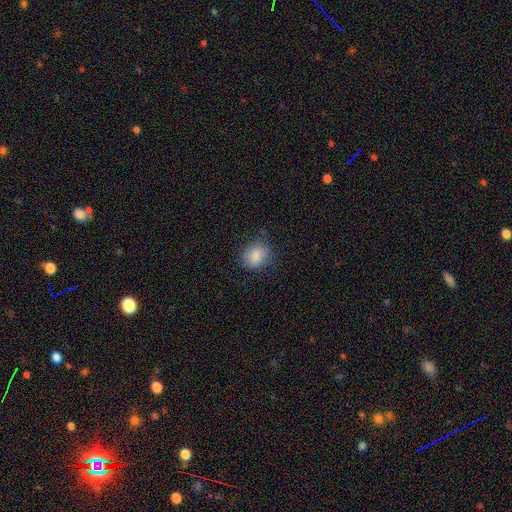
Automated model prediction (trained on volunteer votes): Overall: smooth (84%). How rounded: round (55%; in between 44%). Merging: none (76%).